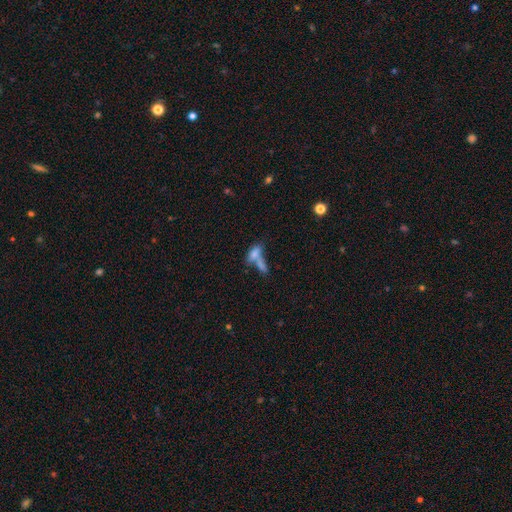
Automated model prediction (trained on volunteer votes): The model was most divided on "merging": merger: 57%, none: 28%, minor disturbance: 9%, major disturbance: 7%. More confident: smooth or featured — smooth (72%); how rounded — in between (67%).